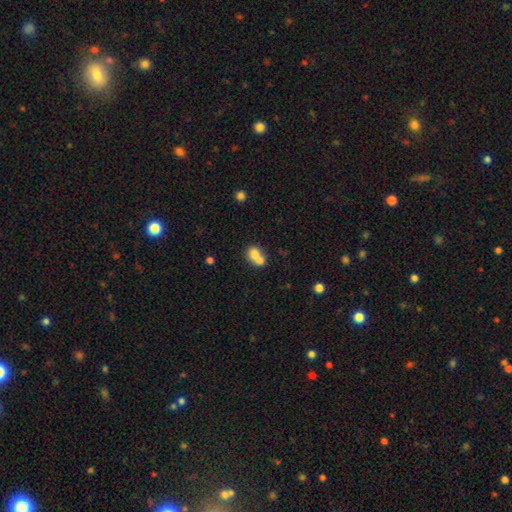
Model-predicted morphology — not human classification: type=smooth (72%); roundness=round (62%); merging=merger (66%).